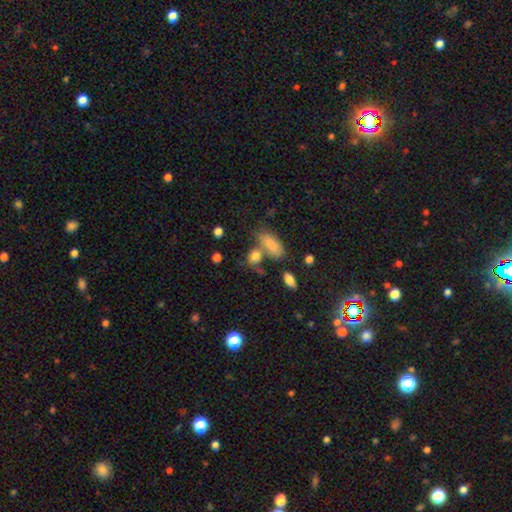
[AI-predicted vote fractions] This appears to be a smooth galaxy with no disk features (80%) that is in between round and cigar-shaped (58%). Merging: none (51%).